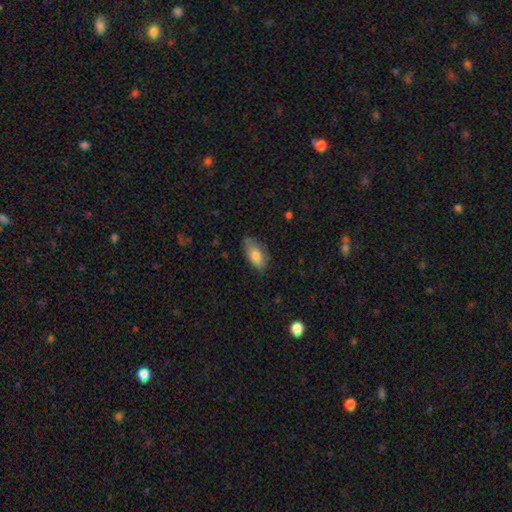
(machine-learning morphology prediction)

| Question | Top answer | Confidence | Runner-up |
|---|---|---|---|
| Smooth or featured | smooth | 78% | featured or disk (16%) |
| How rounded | in between | 90% | cigar-shaped (7%) |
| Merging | none | 68% | minor disturbance (25%) |